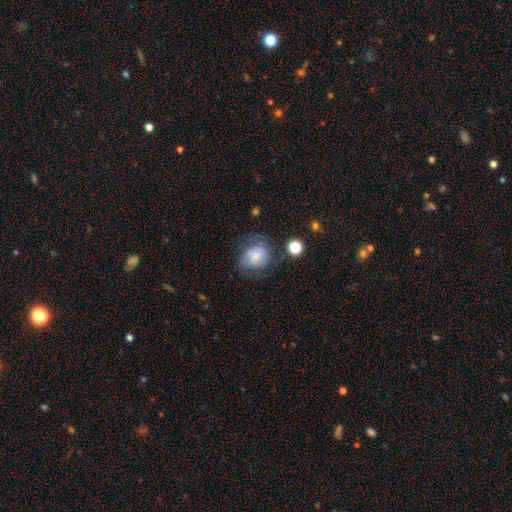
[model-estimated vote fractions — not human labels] Morphology: type=smooth (54%); roundness=round (65%); merging=none (49%).